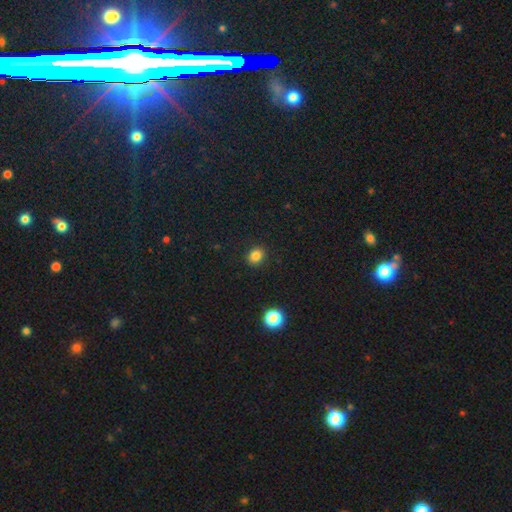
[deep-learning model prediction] Smooth or featured?
  - smooth: 84% *
  - star or artifact: 12%
  - featured or disk: 4%
How rounded?
  - round: 65% *
  - in between: 34%
  - cigar-shaped: 1%
Merging?
  - none: 90% *
  - minor disturbance: 7%
  - major disturbance: 2%
  - merger: 1%